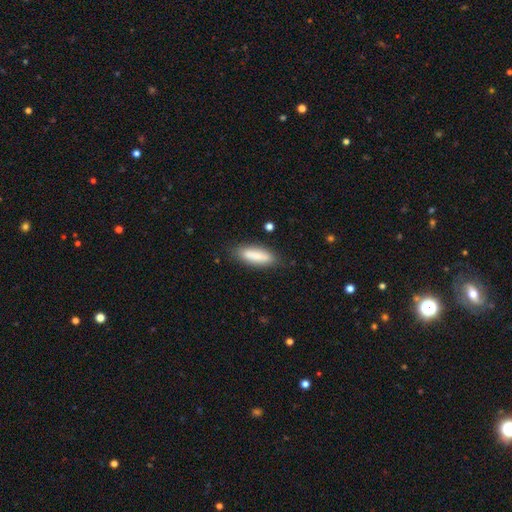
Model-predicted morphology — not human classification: A smooth galaxy with no disk features (83%) that is in between round and cigar-shaped (53%).

Vote fractions:
- Smooth or featured? smooth: 83% / featured or disk: 10% / star or artifact: 6%
- How rounded? in between: 53% / cigar-shaped: 46% / round: 2%
- Merging? none: 82% / minor disturbance: 13% / major disturbance: 3% / merger: 2%